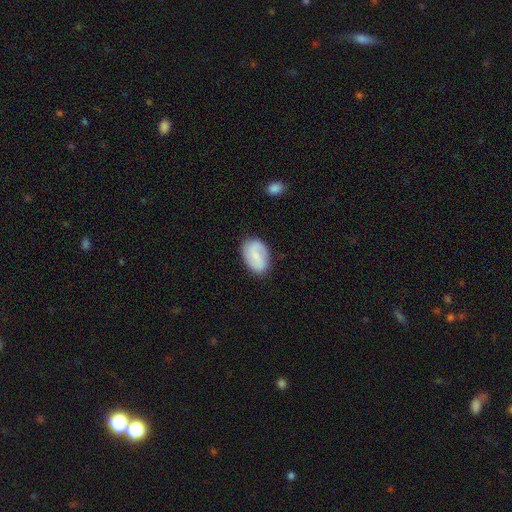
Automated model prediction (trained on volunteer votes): A smooth galaxy with no disk features (62%) that is in between round and cigar-shaped (89%). Merging: none (82%).